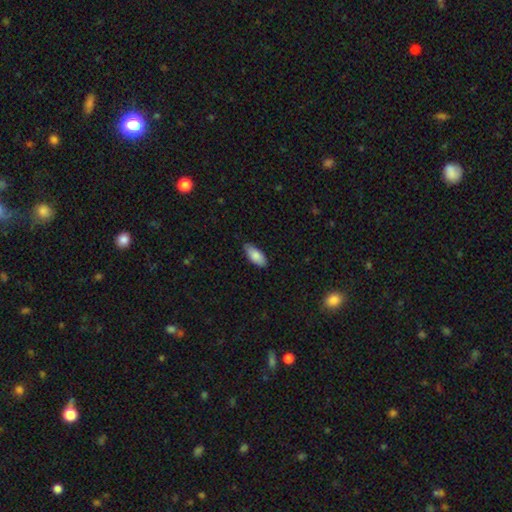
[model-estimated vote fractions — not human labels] Smooth or featured?
  - smooth: 85% *
  - featured or disk: 10%
  - star or artifact: 6%
How rounded?
  - in between: 87% *
  - cigar-shaped: 11%
  - round: 2%
Merging?
  - none: 80% *
  - minor disturbance: 17%
  - major disturbance: 2%
  - merger: 1%